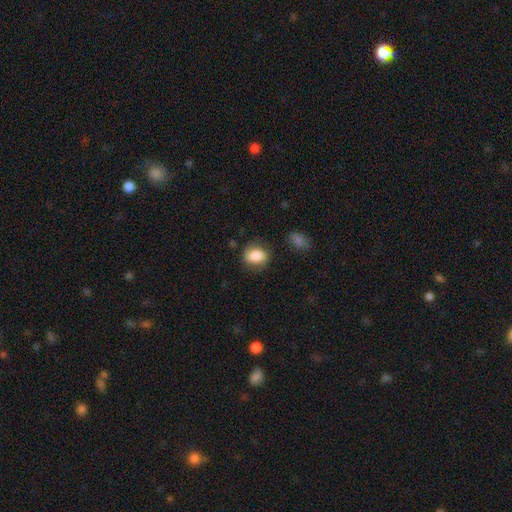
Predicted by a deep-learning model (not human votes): Smooth or featured: smooth — 81% (featured or disk — 11%)
How rounded: in between — 53% (round — 46%)
Merging: none — 70% (minor disturbance — 21%)